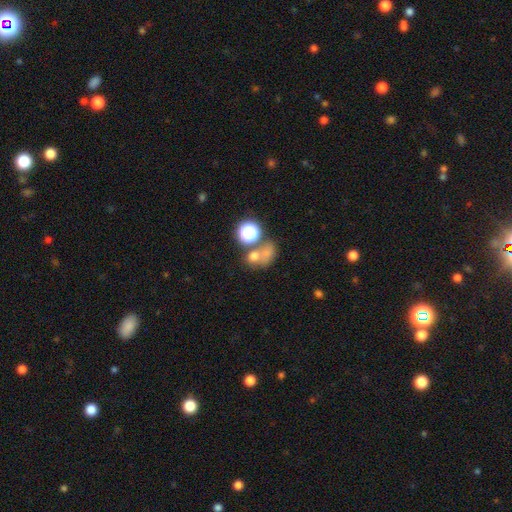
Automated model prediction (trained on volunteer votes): Smooth or featured? smooth (56%)
How rounded? round (61%)
Merging? merger (40%)